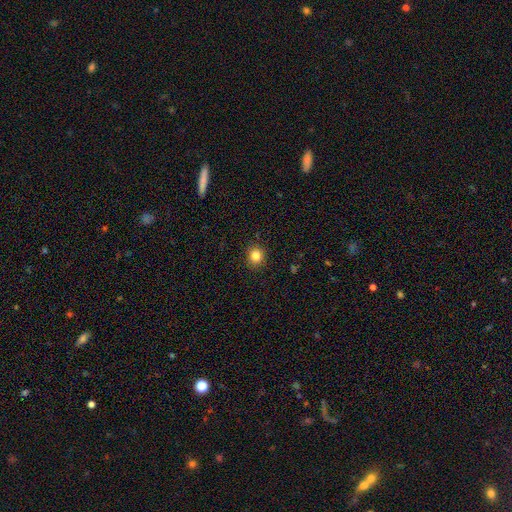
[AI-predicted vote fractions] Q: Smooth or featured?
A: smooth (83%); runner-up: star or artifact (12%)
Q: How rounded?
A: round (84%); runner-up: in between (15%)
Q: Merging?
A: none (91%); runner-up: minor disturbance (7%)